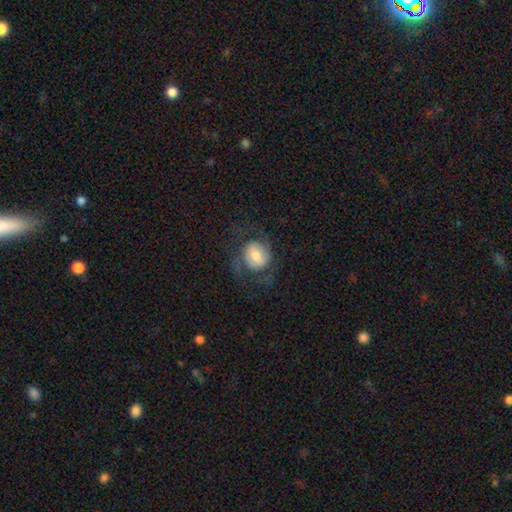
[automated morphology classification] This appears to be a smooth galaxy with no disk features (50%). Merging: none (57%).